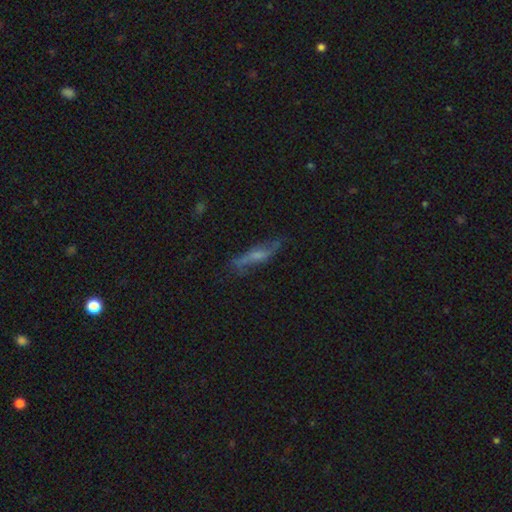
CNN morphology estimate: Smooth or featured: featured or disk — 56% (smooth — 32%)
Edge-on disk: yes — 52% (no — 48%)
Merging: none — 63% (minor disturbance — 23%)